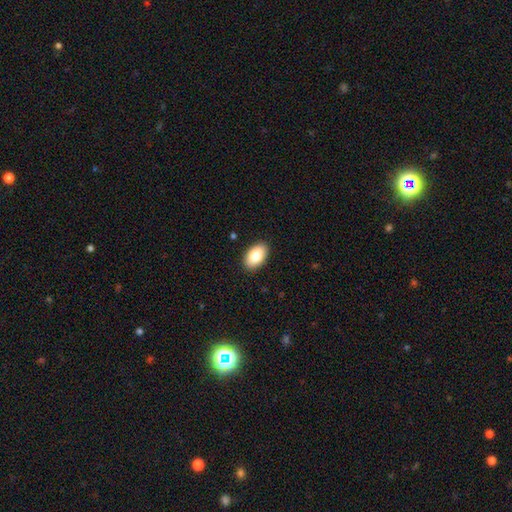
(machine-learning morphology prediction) The model was most divided on "smooth or featured": smooth: 84%, featured or disk: 9%, star or artifact: 7%. More confident: how rounded — in between (94%); merging — none (90%).